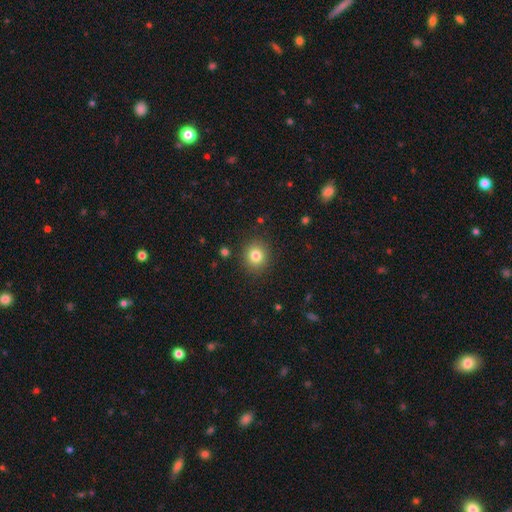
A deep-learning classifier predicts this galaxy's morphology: smooth_or_featured: smooth (p=0.81) [alt: star or artifact p=0.12]
how_rounded: round (p=0.85) [alt: in between p=0.14]
merging: none (p=0.89) [alt: minor disturbance p=0.07]